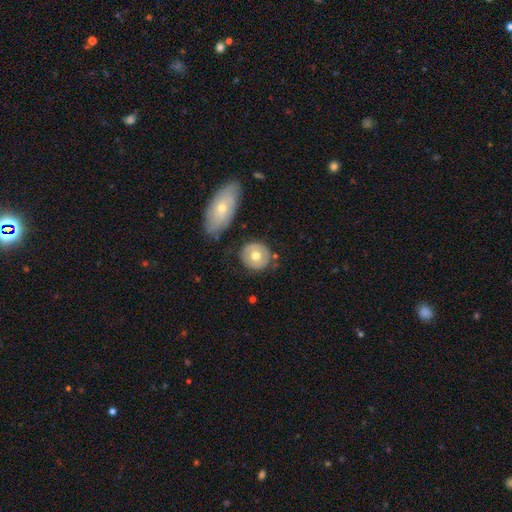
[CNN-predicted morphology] Smooth or featured? smooth (63%)
How rounded? round (86%)
Merging? none (79%)